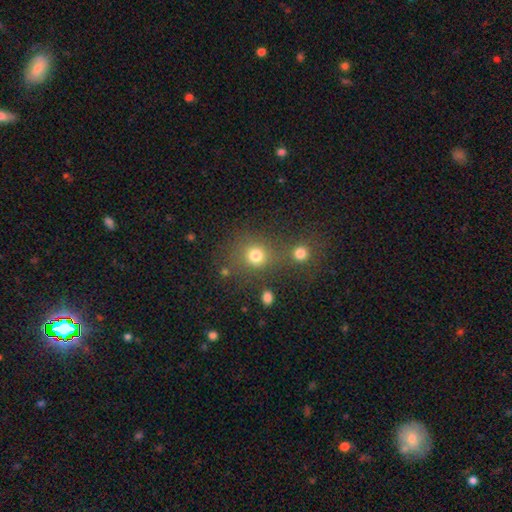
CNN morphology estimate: Smooth or featured? Predicted: smooth (p=0.76). How rounded? Predicted: round (p=0.84). Merging? Predicted: none (p=0.60).